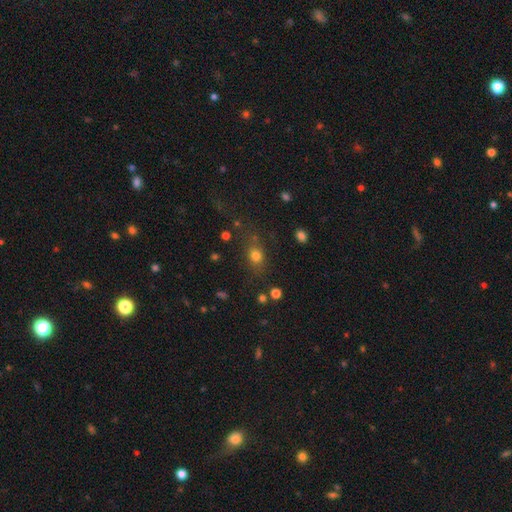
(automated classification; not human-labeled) This appears to be a smooth galaxy with no disk features (74%) that is round (57%). Merging: none (70%).